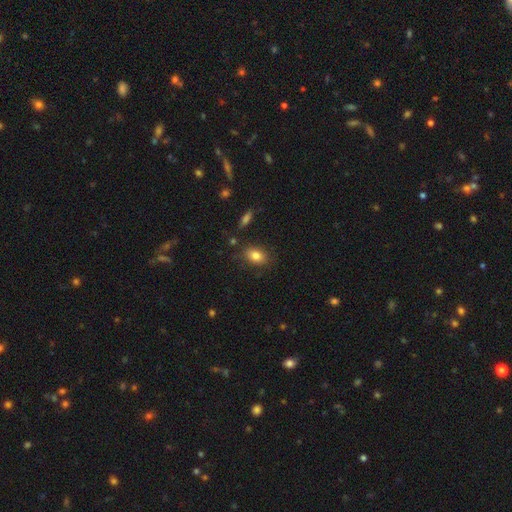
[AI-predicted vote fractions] smooth 83%, star or artifact 9%, featured or disk 8%. Down the decision tree: how rounded — in between (80%); merging — none (81%).